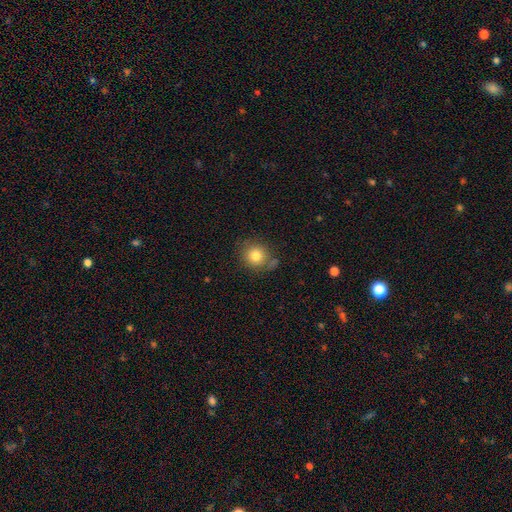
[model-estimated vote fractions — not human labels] smooth 82%, star or artifact 10%, featured or disk 8%. Down the decision tree: how rounded — round (85%); merging — none (73%).